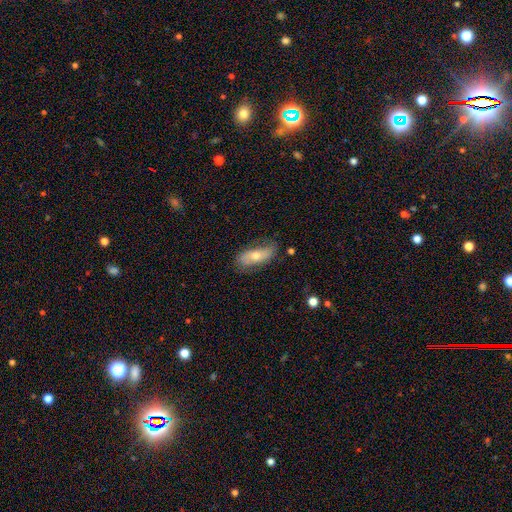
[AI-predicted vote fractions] The model was most divided on "smooth or featured": smooth: 52%, featured or disk: 42%, star or artifact: 7%. More confident: how rounded — in between (78%); merging — none (71%).